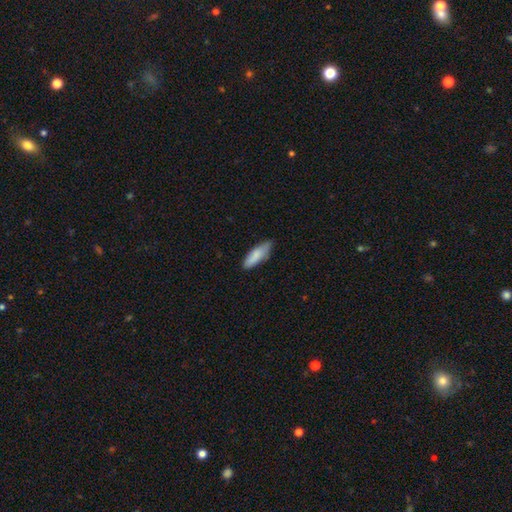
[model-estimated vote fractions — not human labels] Smooth or featured?
  - smooth: 83% *
  - featured or disk: 11%
  - star or artifact: 6%
How rounded?
  - in between: 51% *
  - cigar-shaped: 47%
  - round: 2%
Merging?
  - none: 75% *
  - minor disturbance: 21%
  - major disturbance: 3%
  - merger: 1%